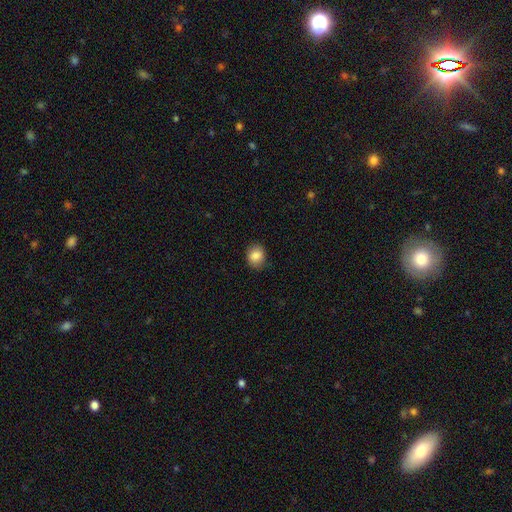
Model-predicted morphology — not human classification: This appears to be a smooth galaxy with no disk features (85%) that is round (63%). Merging: none (87%).